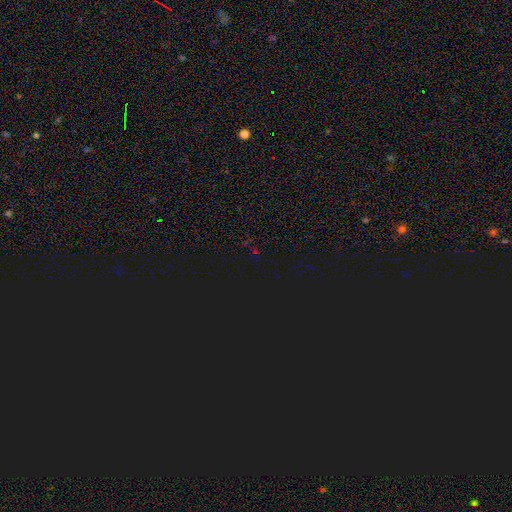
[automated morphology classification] Smooth or featured? Predicted: star or artifact (p=0.77).